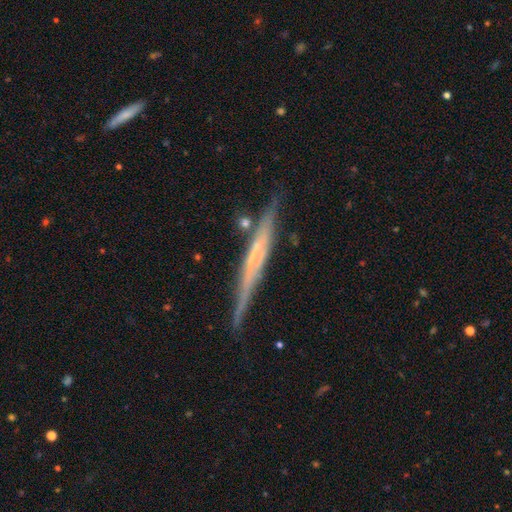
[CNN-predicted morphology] type=featured or disk (71%); edge-on=yes (95%); edge-on bulge=none (69%); merging=none (80%).